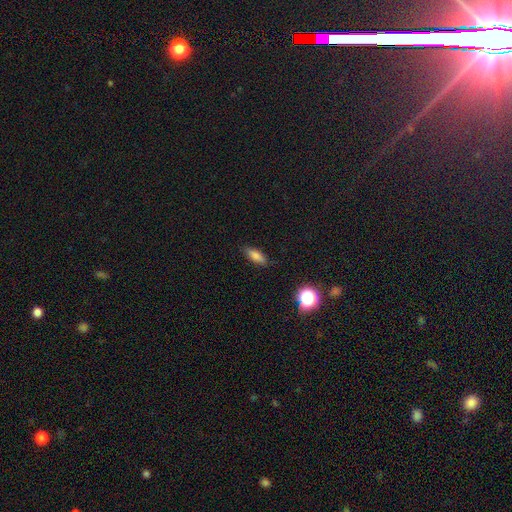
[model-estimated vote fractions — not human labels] Smooth or featured? Predicted: smooth (p=0.78). How rounded? Predicted: in between (p=0.65). Merging? Predicted: none (p=0.85).